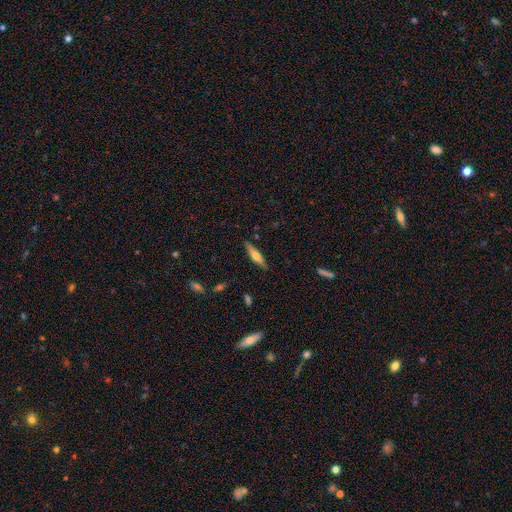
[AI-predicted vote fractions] Q: Smooth or featured?
A: smooth (48%); runner-up: featured or disk (45%)
Q: Merging?
A: none (87%); runner-up: minor disturbance (10%)